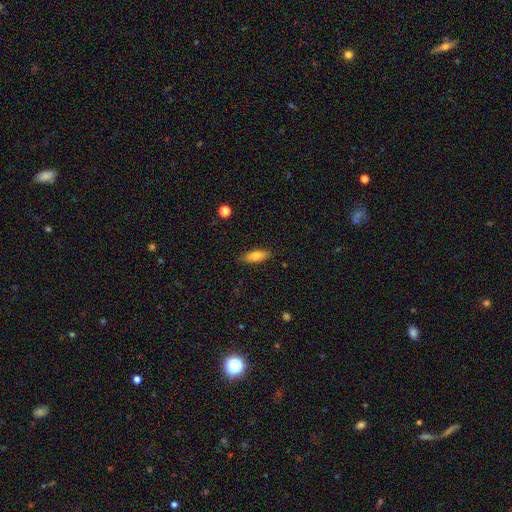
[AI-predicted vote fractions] Smooth or featured?
  - smooth: 71% *
  - featured or disk: 22%
  - star or artifact: 7%
How rounded?
  - in between: 63% *
  - cigar-shaped: 35%
  - round: 3%
Merging?
  - none: 85% *
  - minor disturbance: 11%
  - major disturbance: 2%
  - merger: 1%